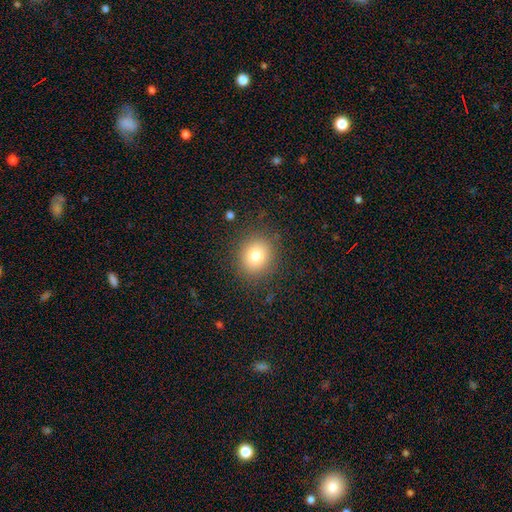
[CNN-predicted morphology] smooth-or-featured: smooth: 79% | star or artifact: 12% | featured or disk: 10%
  how-rounded: round: 77% | in between: 22% | cigar-shaped: 1%
  merging: none: 86% | minor disturbance: 9% | major disturbance: 4% | merger: 1%